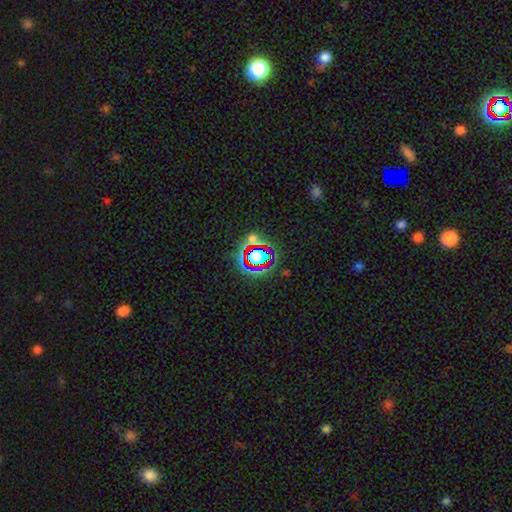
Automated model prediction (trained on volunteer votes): Q: Smooth or featured?
A: star or artifact (56%); runner-up: smooth (29%)